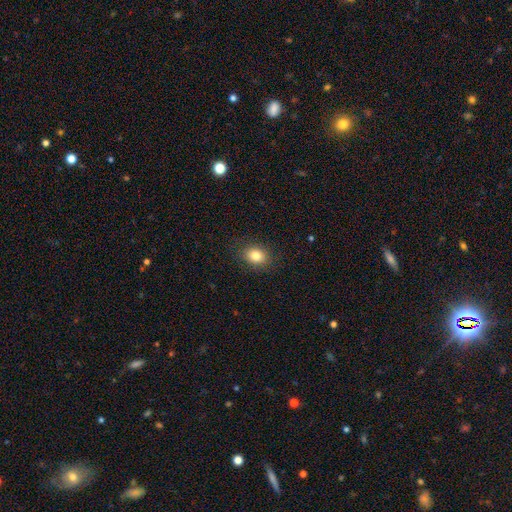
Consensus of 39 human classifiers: smooth_or_featured: smooth (p=0.92) [alt: star or artifact p=0.05]
how_rounded: in between (p=0.69) [alt: round p=0.31]
merging: none (p=0.86) [alt: minor disturbance p=0.11]